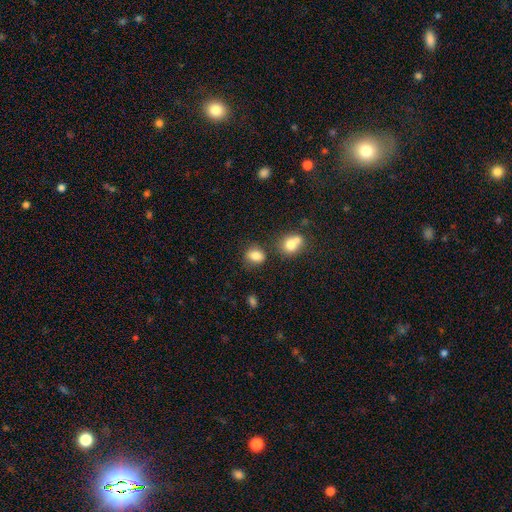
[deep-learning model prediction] smooth-or-featured: smooth: 82% | star or artifact: 10% | featured or disk: 8%
  how-rounded: in between: 54% | round: 44% | cigar-shaped: 1%
  merging: none: 69% | minor disturbance: 16% | merger: 11% | major disturbance: 4%